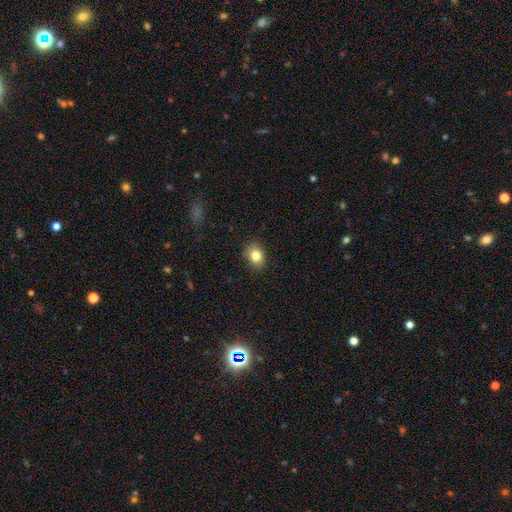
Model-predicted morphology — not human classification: smooth_or_featured: smooth (p=0.81) [alt: star or artifact p=0.10]
how_rounded: in between (p=0.55) [alt: round p=0.44]
merging: none (p=0.86) [alt: minor disturbance p=0.10]